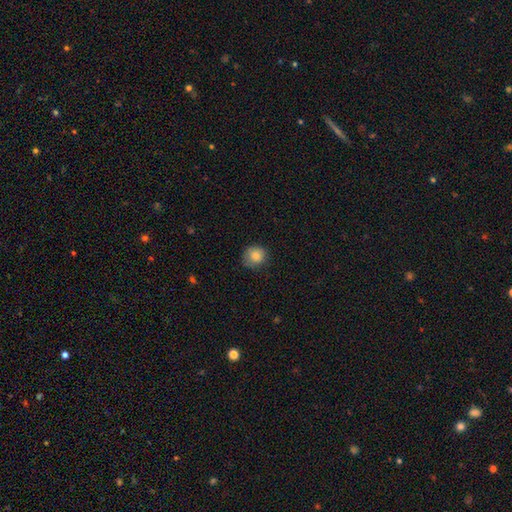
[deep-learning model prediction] smooth_or_featured: smooth (p=0.84) [alt: star or artifact p=0.09]
how_rounded: round (p=0.89) [alt: in between p=0.11]
merging: none (p=0.77) [alt: minor disturbance p=0.18]